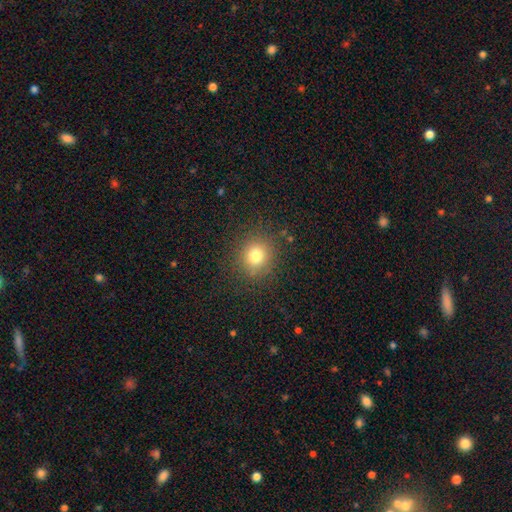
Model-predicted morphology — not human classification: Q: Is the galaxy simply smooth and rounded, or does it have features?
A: smooth — 77%.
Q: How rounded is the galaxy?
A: round — 86%.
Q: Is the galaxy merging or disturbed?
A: none — 86%.